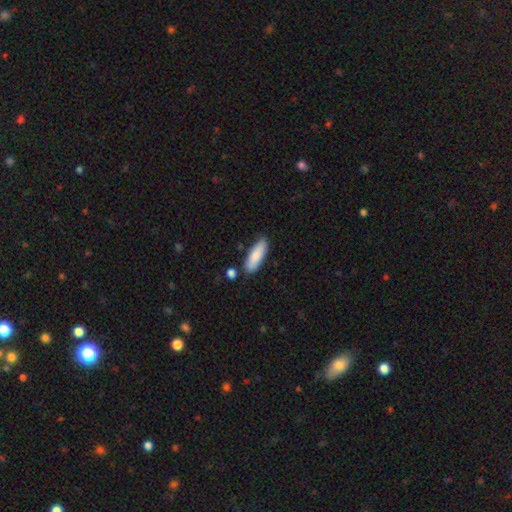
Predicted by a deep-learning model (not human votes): Q: Smooth or featured?
A: smooth (85%); runner-up: featured or disk (10%)
Q: How rounded?
A: in between (55%); runner-up: cigar-shaped (43%)
Q: Merging?
A: none (82%); runner-up: minor disturbance (12%)